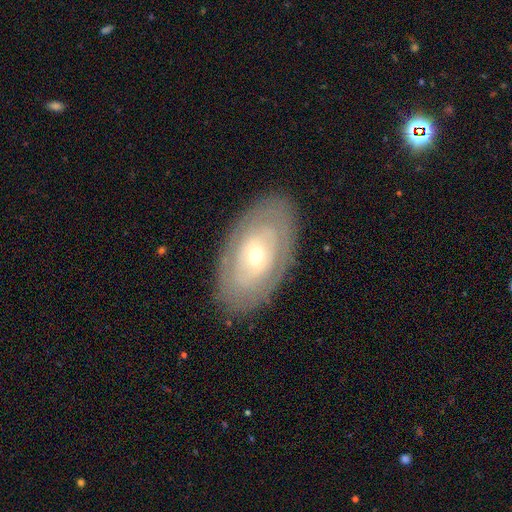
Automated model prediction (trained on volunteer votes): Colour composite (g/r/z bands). It shows a featured or disk galaxy (61%) with no bar (86%), no spiral arms (63%) and a small central bulge (58%). Merging: none (84%).